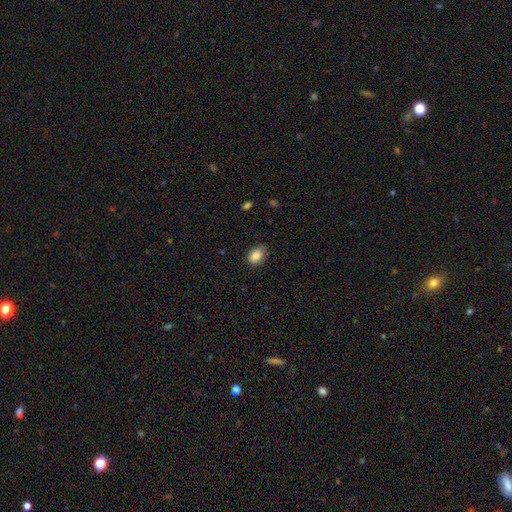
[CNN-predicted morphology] This appears to be a smooth galaxy with no disk features (87%) that is in between round and cigar-shaped (83%). Merging: none (79%).